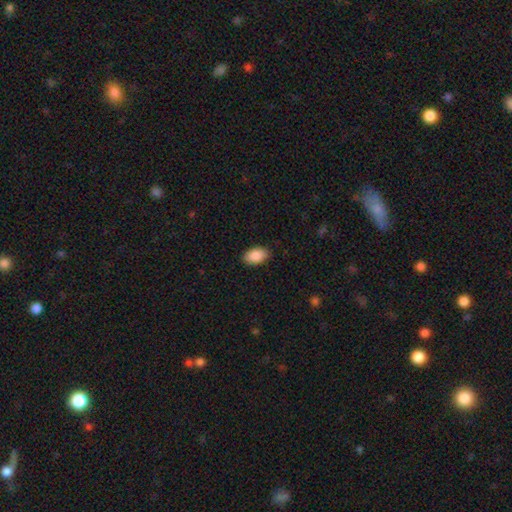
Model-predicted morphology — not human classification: Smooth or featured?
  - smooth: 89% *
  - star or artifact: 7%
  - featured or disk: 4%
How rounded?
  - in between: 93% *
  - round: 6%
  - cigar-shaped: 2%
Merging?
  - none: 87% *
  - minor disturbance: 9%
  - major disturbance: 2%
  - merger: 1%